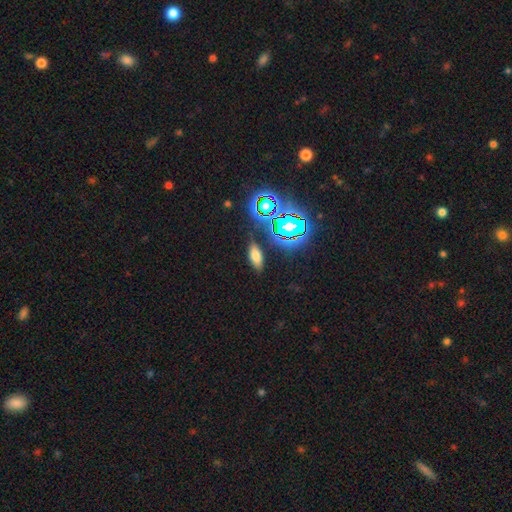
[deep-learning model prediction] Smooth or featured?
  - smooth: 64% *
  - star or artifact: 25%
  - featured or disk: 11%
How rounded?
  - in between: 81% *
  - cigar-shaped: 14%
  - round: 5%
Merging?
  - none: 83% *
  - minor disturbance: 11%
  - major disturbance: 3%
  - merger: 3%